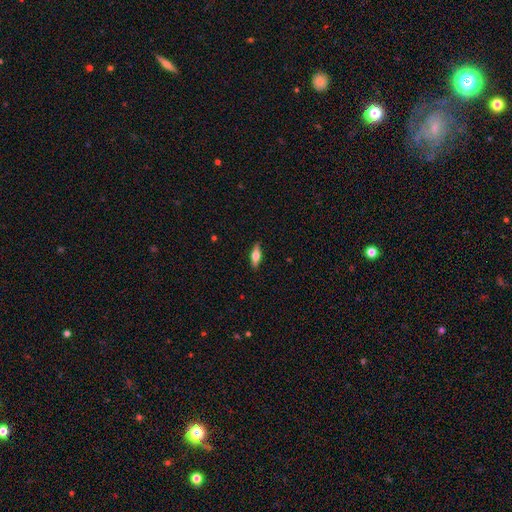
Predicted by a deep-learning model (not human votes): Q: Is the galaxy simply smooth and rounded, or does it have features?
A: smooth — 49%.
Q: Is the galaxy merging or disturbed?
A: none — 89%.